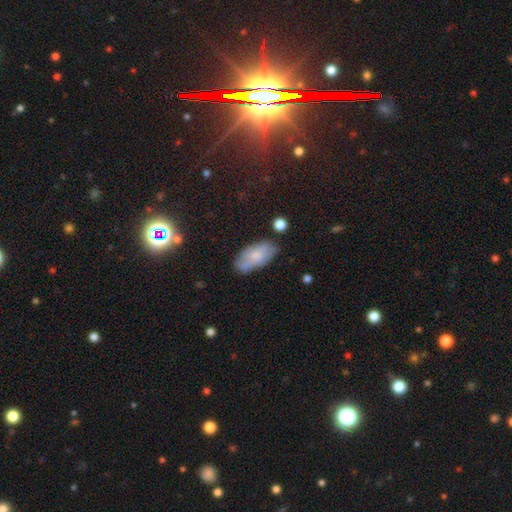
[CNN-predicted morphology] Smooth or featured?
  - smooth: 69% *
  - featured or disk: 22%
  - star or artifact: 9%
How rounded?
  - in between: 93% *
  - cigar-shaped: 4%
  - round: 3%
Merging?
  - none: 65% *
  - minor disturbance: 23%
  - major disturbance: 6%
  - merger: 6%